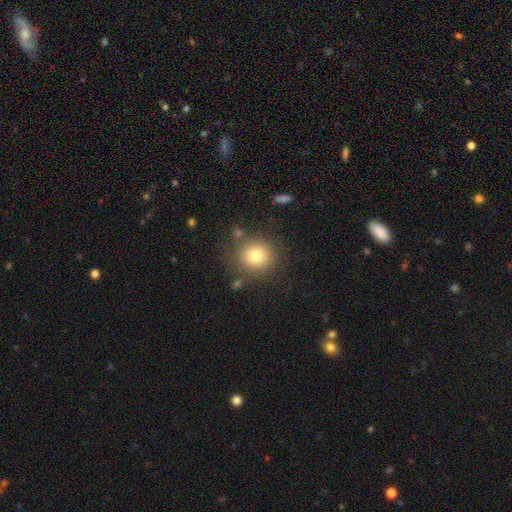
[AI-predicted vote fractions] smooth_or_featured: smooth (p=0.78) [alt: star or artifact p=0.12]
how_rounded: round (p=0.86) [alt: in between p=0.13]
merging: none (p=0.82) [alt: minor disturbance p=0.10]